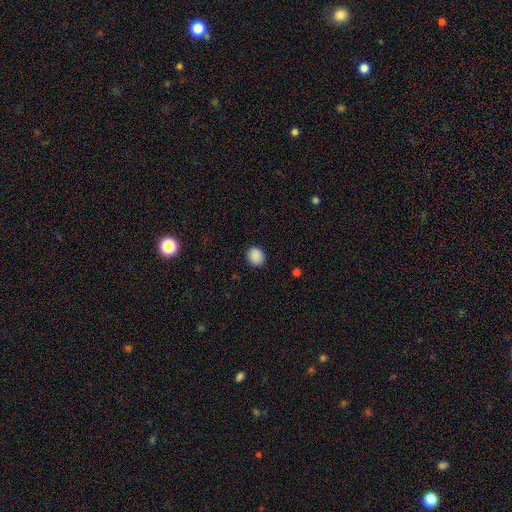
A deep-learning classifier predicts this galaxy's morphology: Smooth or featured?
  - smooth: 89% *
  - star or artifact: 8%
  - featured or disk: 3%
How rounded?
  - round: 75% *
  - in between: 24%
  - cigar-shaped: 1%
Merging?
  - none: 89% *
  - minor disturbance: 7%
  - major disturbance: 2%
  - merger: 1%